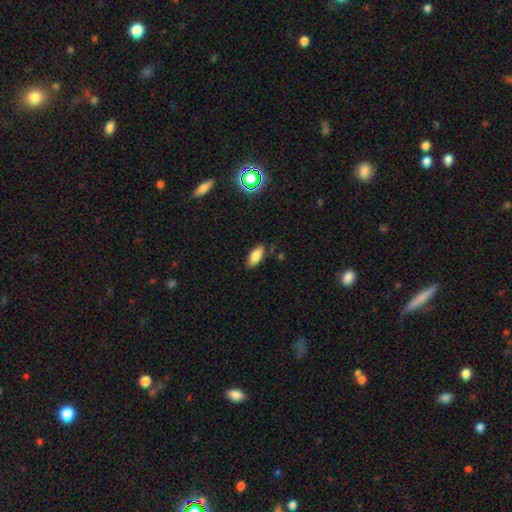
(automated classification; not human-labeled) This appears to be a smooth galaxy with no disk features (81%) that is in between round and cigar-shaped (88%). Merging: none (81%).